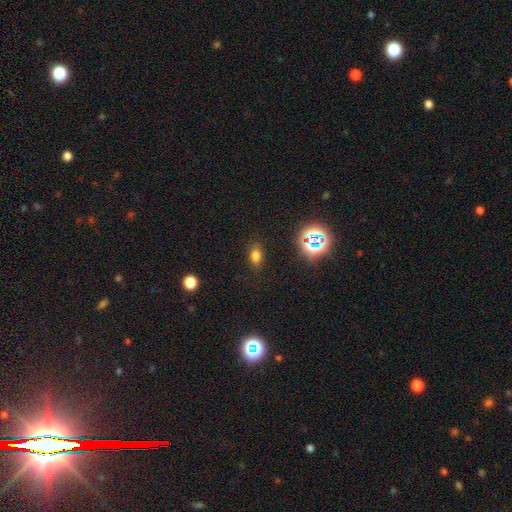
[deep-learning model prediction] smooth 72%, star or artifact 20%, featured or disk 7%. Down the decision tree: how rounded — in between (77%); merging — none (83%).